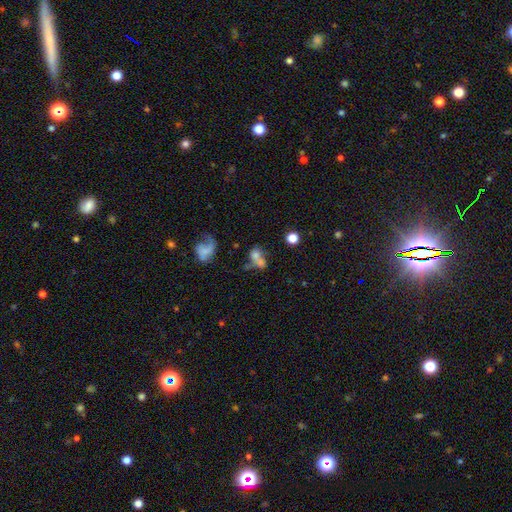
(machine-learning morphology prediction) Smooth or featured? smooth (59%)
How rounded? in between (61%)
Merging? merger (46%)